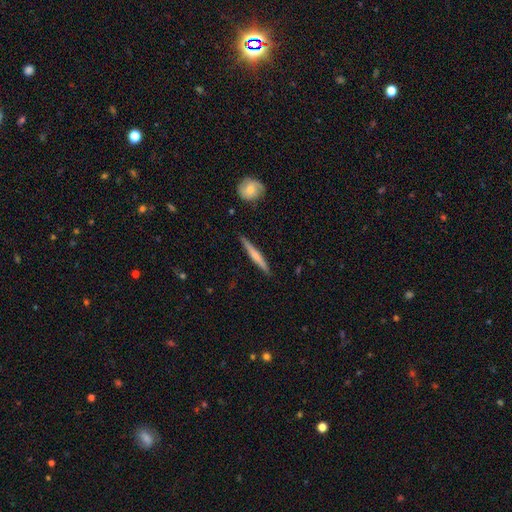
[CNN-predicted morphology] smooth-or-featured: featured or disk: 48% | smooth: 47% | star or artifact: 5%
  merging: none: 89% | minor disturbance: 8% | major disturbance: 2% | merger: 1%